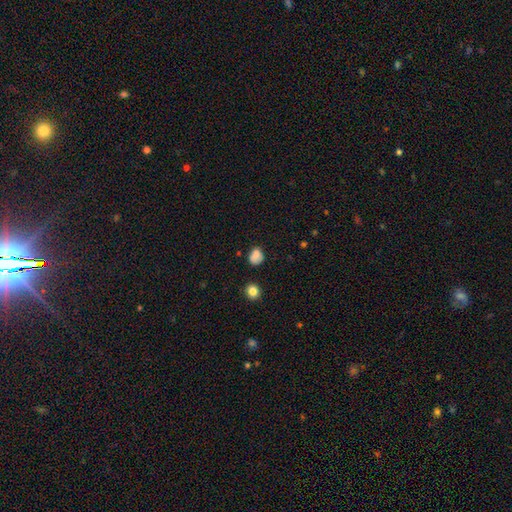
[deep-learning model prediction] smooth 81%, star or artifact 12%, featured or disk 8%. Down the decision tree: how rounded — round (53%); merging — none (63%).